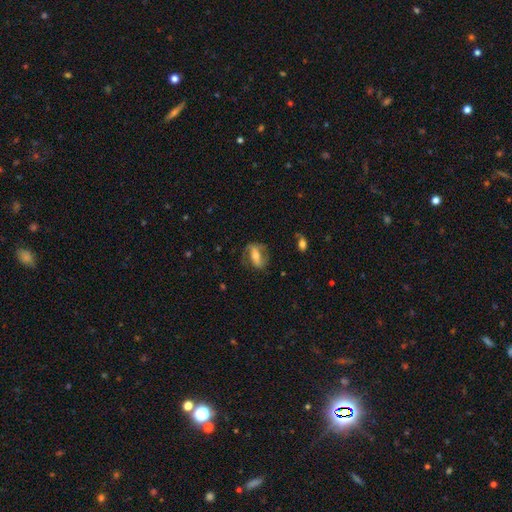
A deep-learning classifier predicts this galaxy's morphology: Smooth or featured? featured or disk (61%)
Edge-on disk? no (89%)
Bar? strong (48%)
Spiral arms? yes (70%)
Bulge size? moderate (58%)
Merging? none (67%)